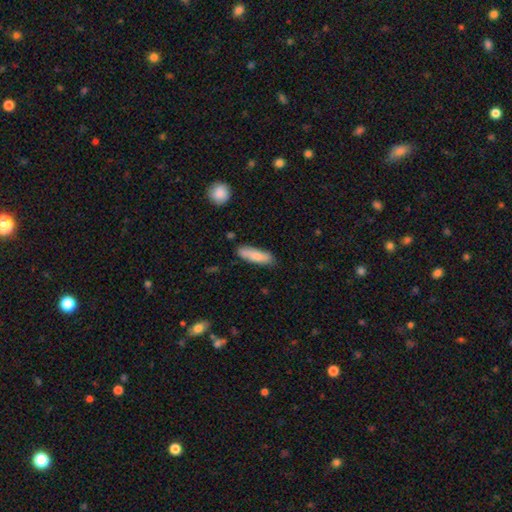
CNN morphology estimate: Smooth or featured? Predicted: smooth (p=0.81). How rounded? Predicted: cigar-shaped (p=0.57). Merging? Predicted: none (p=0.79).